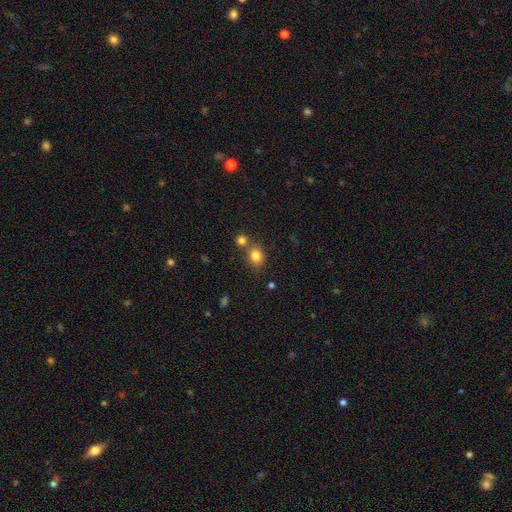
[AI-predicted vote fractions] smooth 81%, star or artifact 12%, featured or disk 7%. Down the decision tree: how rounded — round (69%); merging — none (63%).